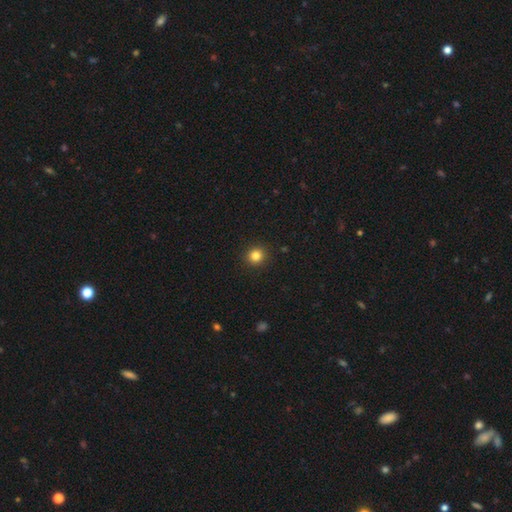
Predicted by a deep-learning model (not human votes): The model was most divided on "smooth or featured": smooth: 83%, star or artifact: 12%, featured or disk: 4%. More confident: merging — none (92%); how rounded — round (92%).